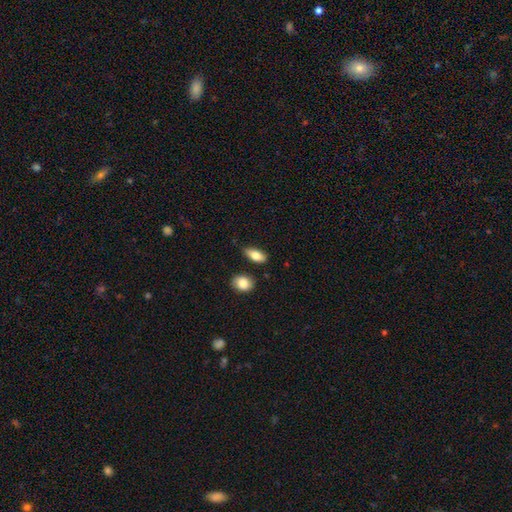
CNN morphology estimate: A smooth galaxy with no disk features (78%) that is in between round and cigar-shaped (85%).

Vote fractions:
- Smooth or featured? smooth: 78% / featured or disk: 15% / star or artifact: 7%
- How rounded? in between: 85% / cigar-shaped: 11% / round: 4%
- Merging? none: 76% / minor disturbance: 16% / merger: 5% / major disturbance: 3%